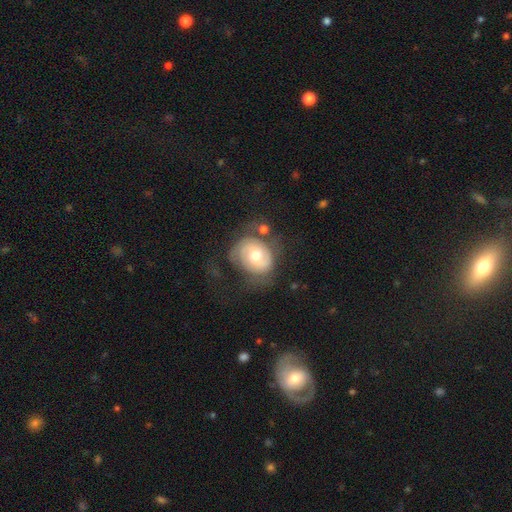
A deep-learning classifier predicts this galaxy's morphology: smooth-or-featured: featured or disk: 64% | smooth: 29% | star or artifact: 6%
  disk-edge-on: no: 97% | yes: 3%
    bar: no: 70% | weak: 25% | strong: 5%
    has-spiral-arms: yes: 79% | no: 21%
    bulge-size: moderate: 68% | large: 19% | small: 10% | dominant: 2% | none: 1%
  merging: none: 47% | minor disturbance: 24% | major disturbance: 23% | merger: 6%